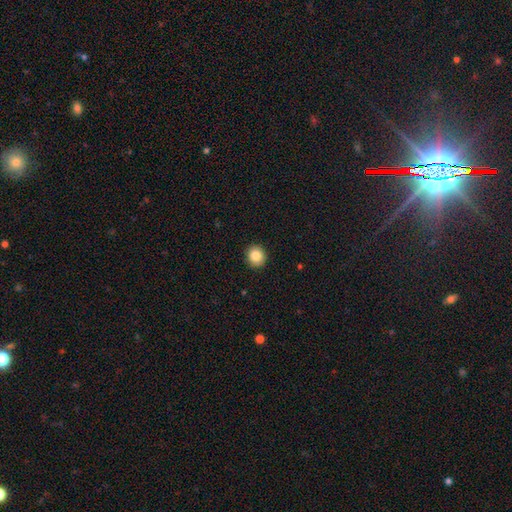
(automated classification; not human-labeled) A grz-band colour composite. It shows a smooth galaxy with no disk features (85%) that is round (86%). Merging: none (92%).